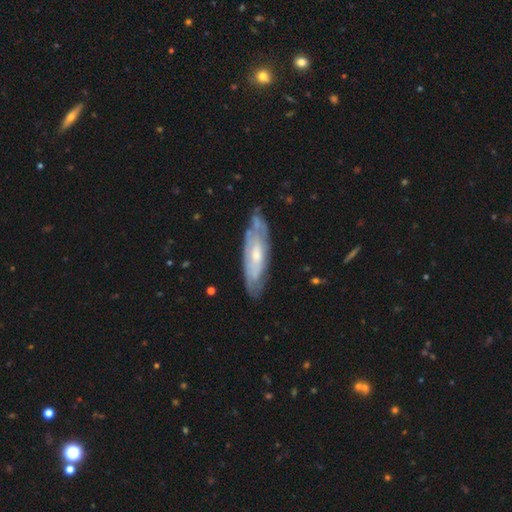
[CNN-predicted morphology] Smooth or featured? Predicted: featured or disk (p=0.69). Edge-on disk? Predicted: no (p=0.72). Merging? Predicted: none (p=0.69).